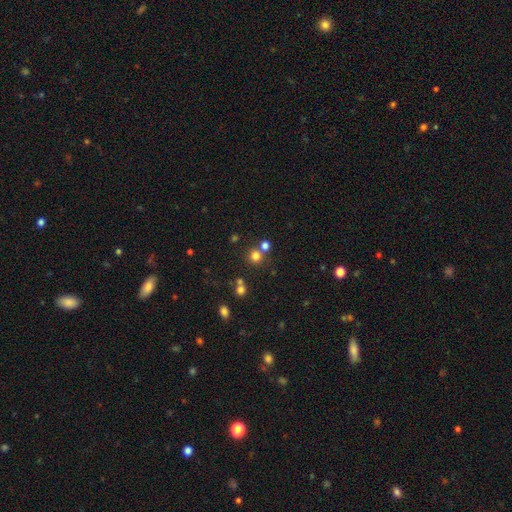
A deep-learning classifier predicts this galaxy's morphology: Overall: smooth (74%). How rounded: round (91%). Merging: none (66%).